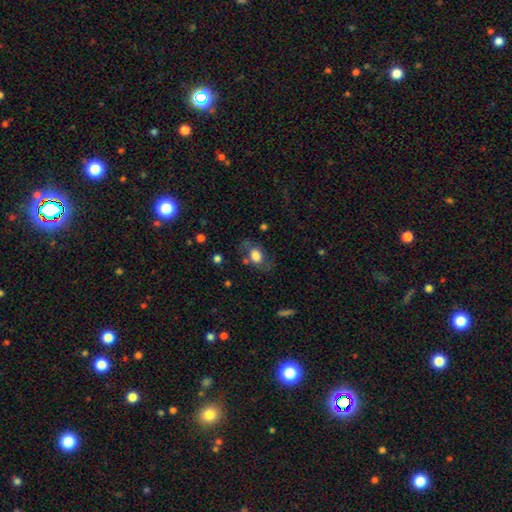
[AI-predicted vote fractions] Q: Smooth or featured?
A: smooth (71%); runner-up: featured or disk (21%)
Q: How rounded?
A: in between (69%); runner-up: round (29%)
Q: Merging?
A: none (60%); runner-up: minor disturbance (22%)